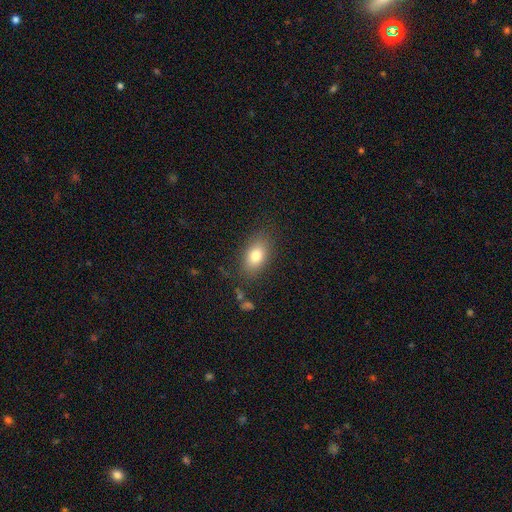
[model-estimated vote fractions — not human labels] Morphology: type=smooth (79%); roundness=in between (86%); merging=none (81%).